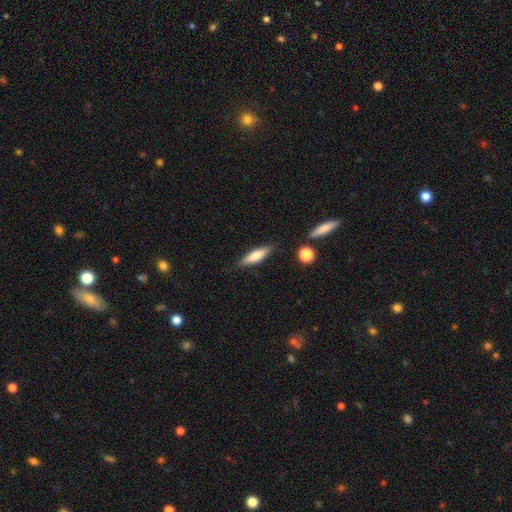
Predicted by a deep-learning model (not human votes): This is likely a smooth galaxy (68%). How rounded: likely cigar-shaped (62%). Merging: clearly none (82%).